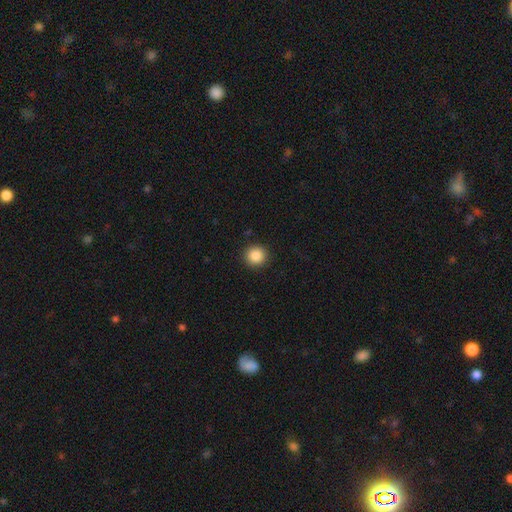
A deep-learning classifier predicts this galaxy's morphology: Smooth or featured? smooth (87%)
How rounded? round (93%)
Merging? none (92%)